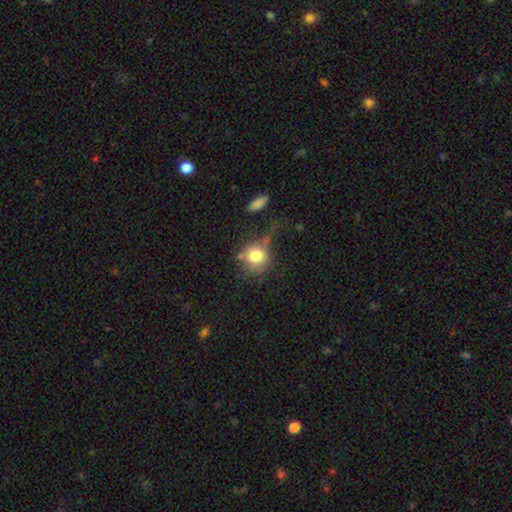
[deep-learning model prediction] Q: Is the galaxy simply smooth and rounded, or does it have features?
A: smooth — 78%.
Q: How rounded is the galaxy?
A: round — 85%.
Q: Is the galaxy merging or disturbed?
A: none — 52%.